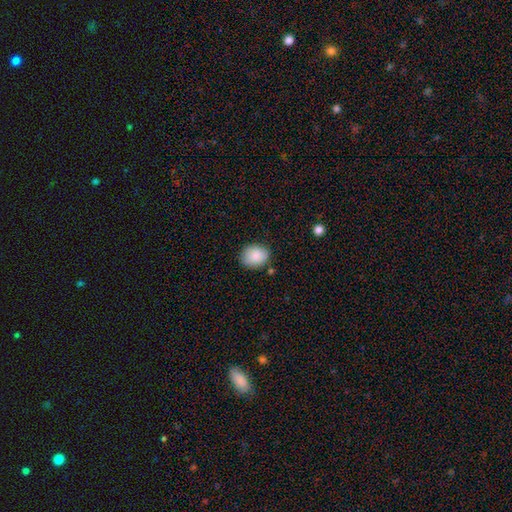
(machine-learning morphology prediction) type=smooth (88%); roundness=round (50%); merging=none (80%).